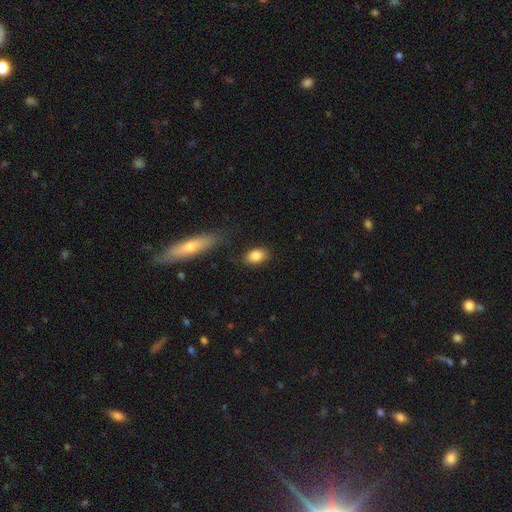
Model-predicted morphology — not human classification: Overall: smooth (84%). How rounded: in between (85%). Merging: none (83%).